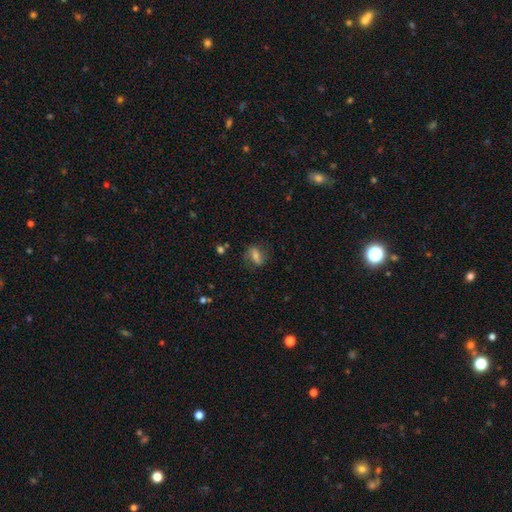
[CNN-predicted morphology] Q: Smooth or featured?
A: smooth (46%); runner-up: featured or disk (42%)
Q: Merging?
A: none (76%); runner-up: minor disturbance (16%)